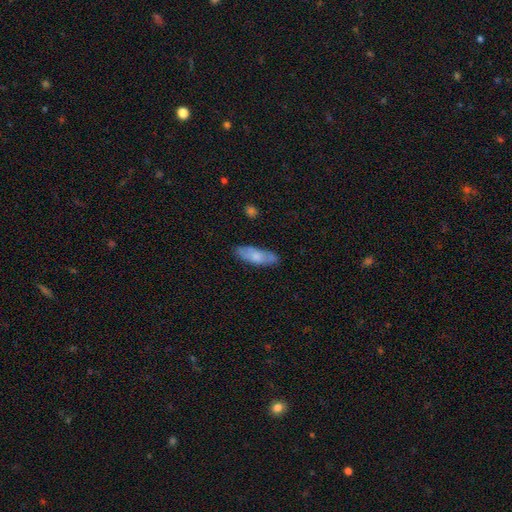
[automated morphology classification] type=smooth (68%); roundness=in between (56%); merging=none (79%).